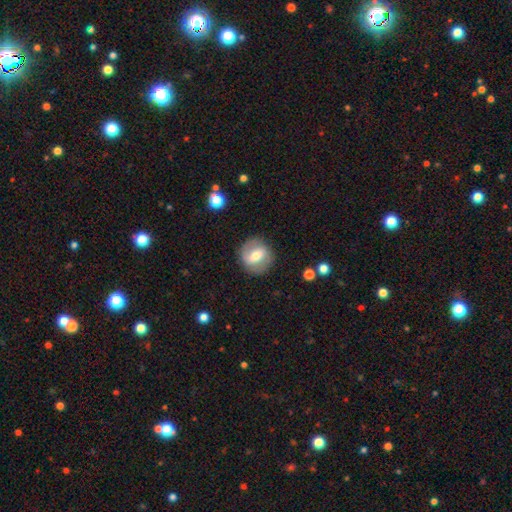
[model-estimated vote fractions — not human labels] Smooth or featured: featured or disk — 50% (smooth — 43%)
Merging: none — 85% (minor disturbance — 10%)